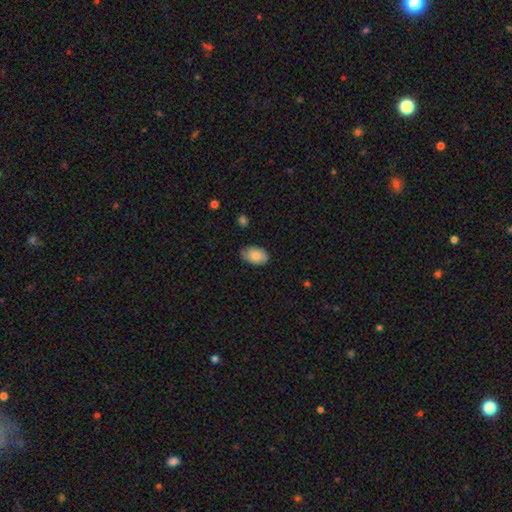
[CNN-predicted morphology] Smooth or featured?
  - smooth: 78% *
  - featured or disk: 15%
  - star or artifact: 7%
How rounded?
  - in between: 89% *
  - round: 10%
  - cigar-shaped: 1%
Merging?
  - none: 73% *
  - minor disturbance: 22%
  - major disturbance: 4%
  - merger: 1%